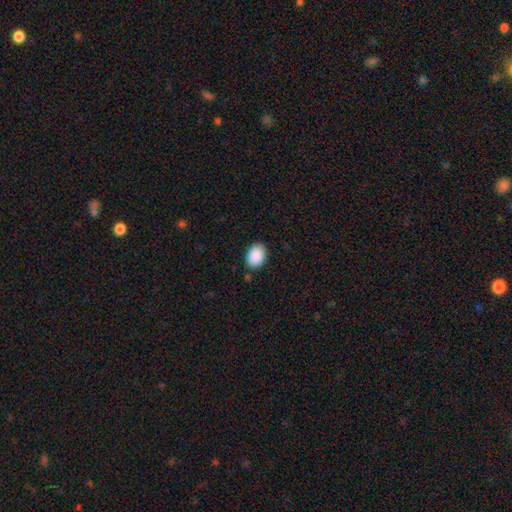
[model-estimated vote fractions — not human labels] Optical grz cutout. It shows a smooth galaxy with no disk features (91%) that is in between round and cigar-shaped (81%). Merging: none (86%).